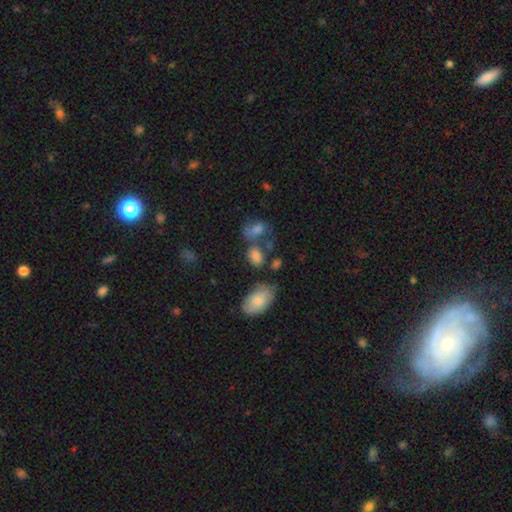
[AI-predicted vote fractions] The model was most divided on "merging": none: 47%, merger: 26%, minor disturbance: 18%, major disturbance: 10%. More confident: smooth or featured — smooth (77%); how rounded — in between (77%).